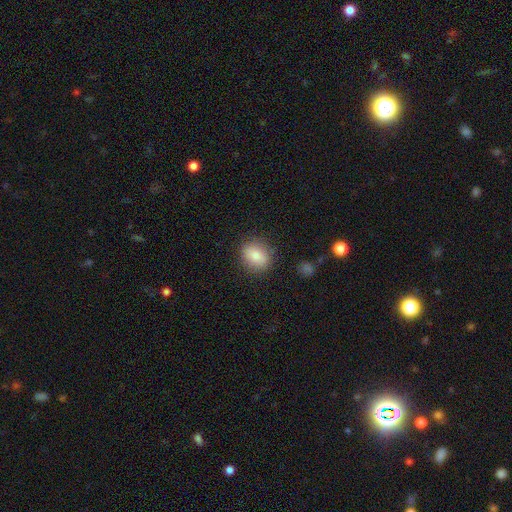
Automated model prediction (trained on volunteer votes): Smooth or featured? Predicted: smooth (p=0.83). How rounded? Predicted: round (p=0.55). Merging? Predicted: none (p=0.84).